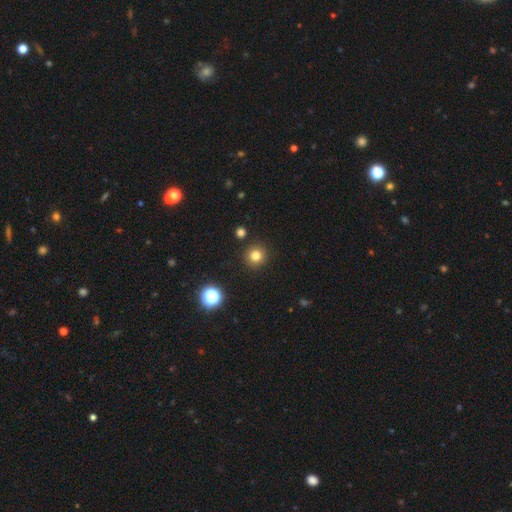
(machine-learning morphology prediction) Smooth or featured?
  - smooth: 80% *
  - star or artifact: 14%
  - featured or disk: 6%
How rounded?
  - round: 93% *
  - in between: 6%
  - cigar-shaped: 1%
Merging?
  - none: 91% *
  - minor disturbance: 5%
  - merger: 2%
  - major disturbance: 2%